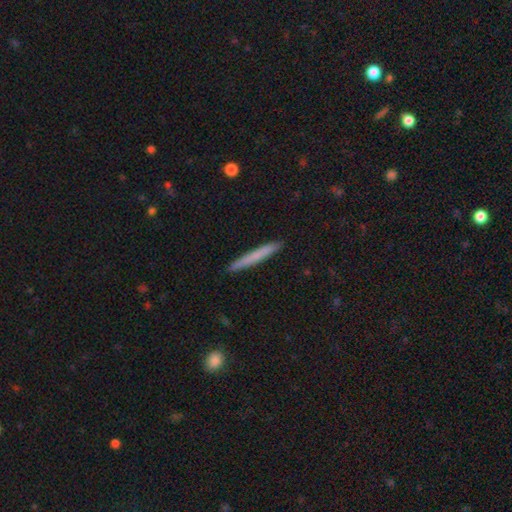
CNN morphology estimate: smooth_or_featured: smooth (p=0.70) [alt: featured or disk p=0.24]
how_rounded: cigar-shaped (p=0.97) [alt: in between p=0.02]
merging: none (p=0.92) [alt: minor disturbance p=0.06]